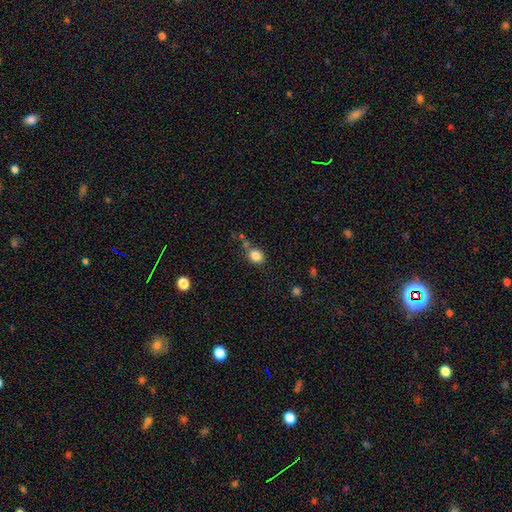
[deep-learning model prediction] Q: Smooth or featured?
A: smooth (85%); runner-up: star or artifact (10%)
Q: How rounded?
A: round (50%); runner-up: in between (49%)
Q: Merging?
A: none (67%); runner-up: minor disturbance (16%)